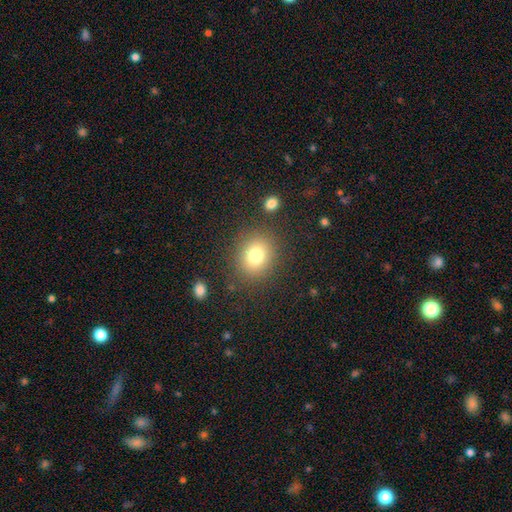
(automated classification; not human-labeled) Q: Smooth or featured?
A: smooth (77%); runner-up: star or artifact (13%)
Q: How rounded?
A: round (73%); runner-up: in between (26%)
Q: Merging?
A: none (84%); runner-up: minor disturbance (9%)